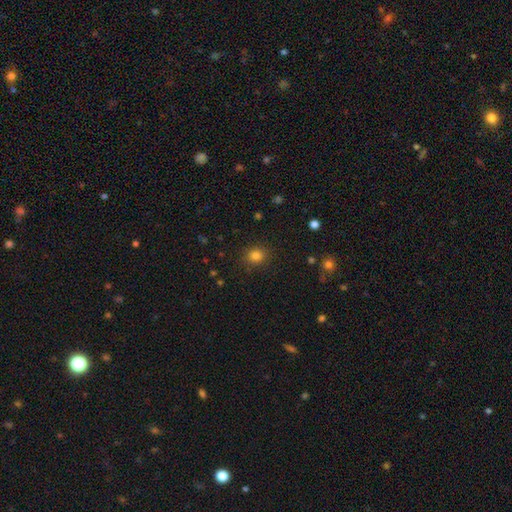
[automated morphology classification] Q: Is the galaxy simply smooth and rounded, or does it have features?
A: smooth — 82%.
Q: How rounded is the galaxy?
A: round — 75%.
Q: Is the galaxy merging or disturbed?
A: none — 88%.